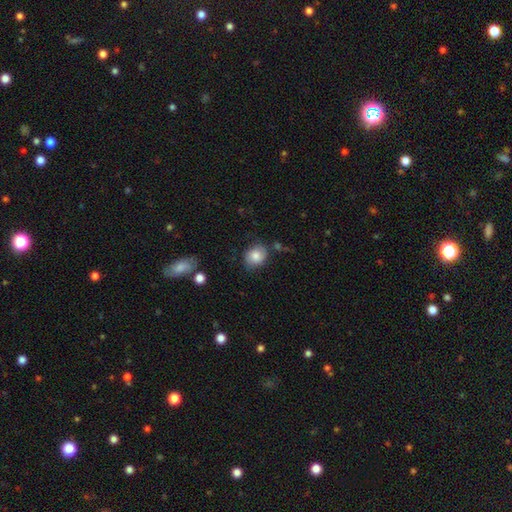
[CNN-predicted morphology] This is clearly a smooth galaxy (80%). How rounded: possibly round (60%). Merging: likely none (72%).